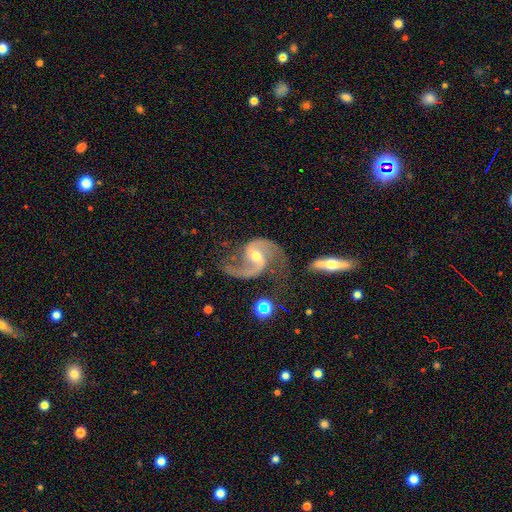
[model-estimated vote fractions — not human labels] This appears to be a featured or disk galaxy (92%) with a weak bar (42%), 2 (93%) loose (47%) spiral arms (98%) and a moderate central bulge (59%). Merging: none (61%).